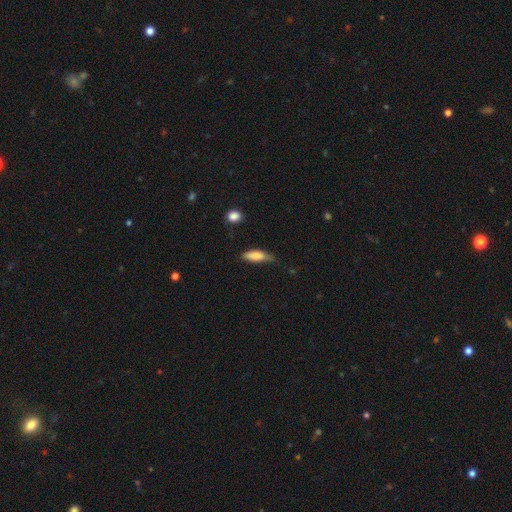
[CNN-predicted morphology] type=smooth (81%); roundness=in between (62%); merging=none (47%).